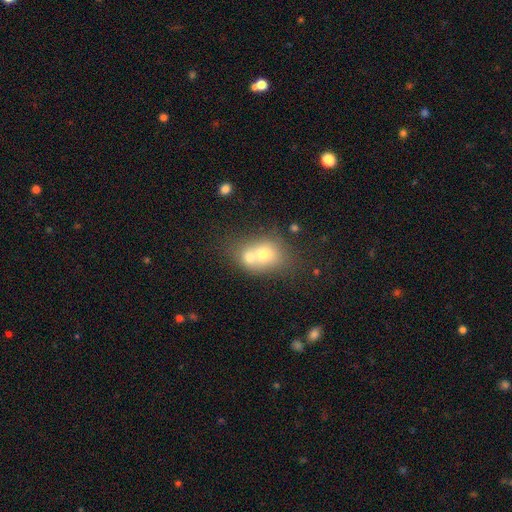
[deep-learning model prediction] A smooth galaxy with no disk features (64%) that is round (53%).

Vote fractions:
- Smooth or featured? smooth: 64% / featured or disk: 25% / star or artifact: 11%
- How rounded? round: 53% / in between: 46% / cigar-shaped: 1%
- Merging? merger: 66% / none: 24% / minor disturbance: 7% / major disturbance: 4%